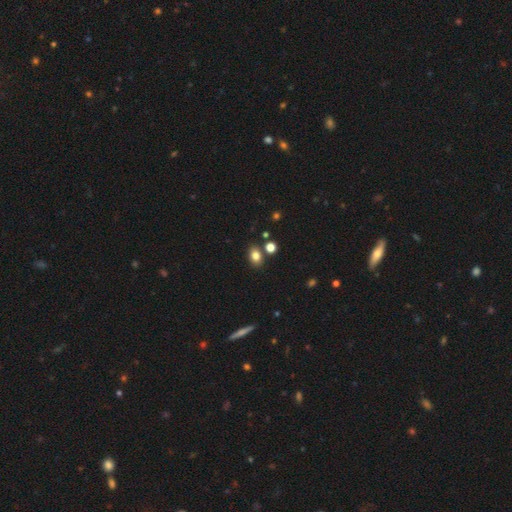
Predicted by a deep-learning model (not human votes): Overall: smooth (81%). How rounded: in between (69%). Merging: none (78%).